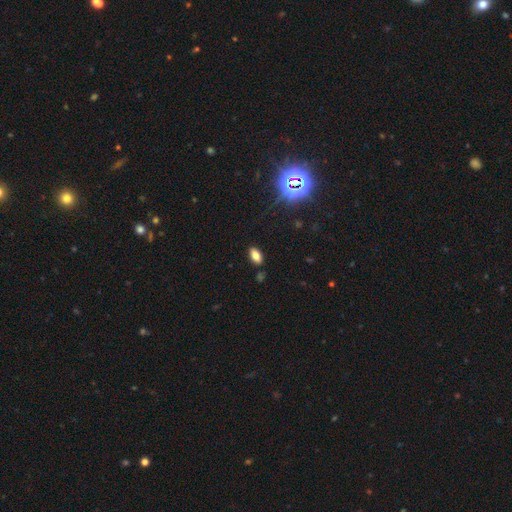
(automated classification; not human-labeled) Morphology: type=smooth (78%); roundness=in between (92%); merging=none (87%).